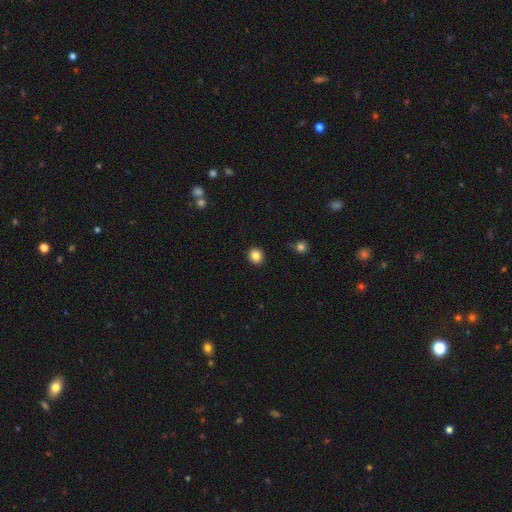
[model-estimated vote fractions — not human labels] Smooth or featured: smooth — 84% (star or artifact — 11%)
How rounded: round — 83% (in between — 16%)
Merging: none — 91% (minor disturbance — 6%)